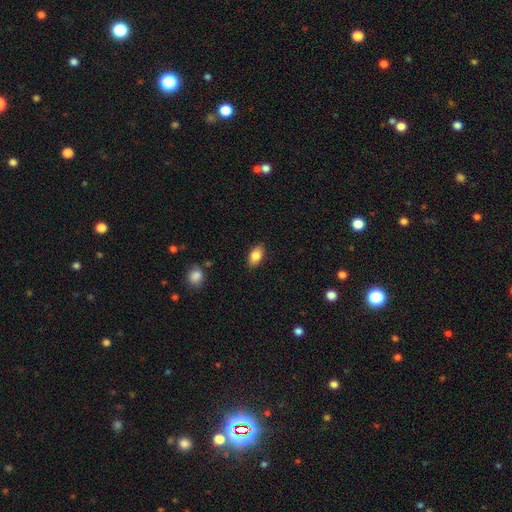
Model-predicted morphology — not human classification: This is clearly a smooth galaxy (85%). How rounded: clearly in between (90%). Merging: clearly none (86%).